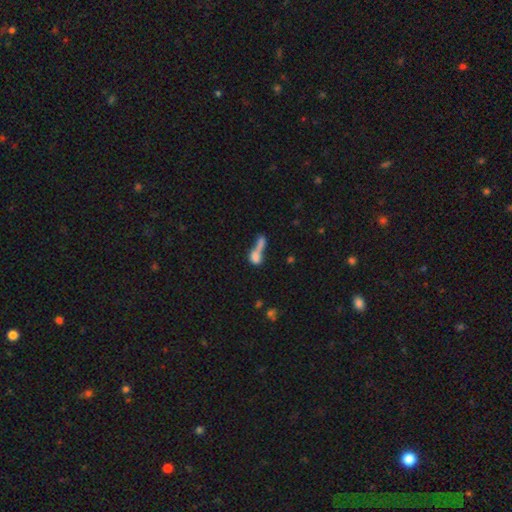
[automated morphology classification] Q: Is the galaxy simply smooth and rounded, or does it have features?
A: smooth — 68%.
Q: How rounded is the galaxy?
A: in between — 51%.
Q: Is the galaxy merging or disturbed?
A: merger — 62%.